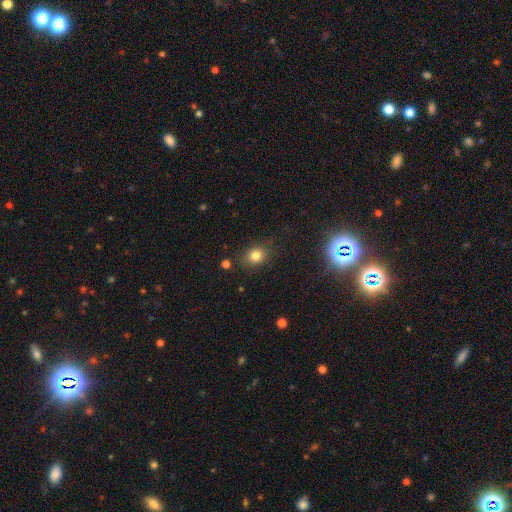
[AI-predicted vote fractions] Smooth or featured?
  - smooth: 80% *
  - star or artifact: 13%
  - featured or disk: 6%
How rounded?
  - round: 66% *
  - in between: 33%
  - cigar-shaped: 1%
Merging?
  - none: 82% *
  - minor disturbance: 12%
  - major disturbance: 4%
  - merger: 2%